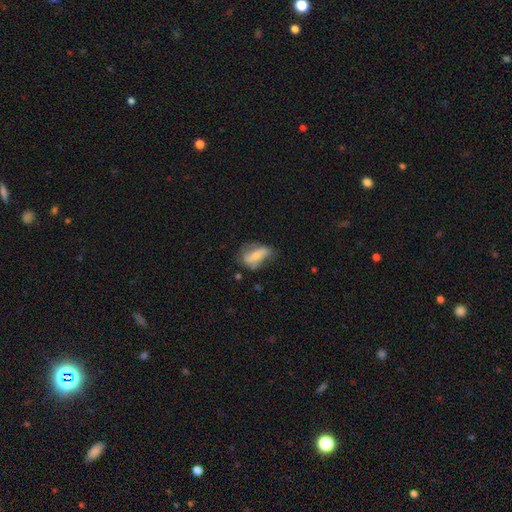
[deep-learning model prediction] Q: Smooth or featured?
A: smooth (60%); runner-up: featured or disk (33%)
Q: How rounded?
A: in between (79%); runner-up: cigar-shaped (16%)
Q: Merging?
A: none (46%); runner-up: minor disturbance (33%)